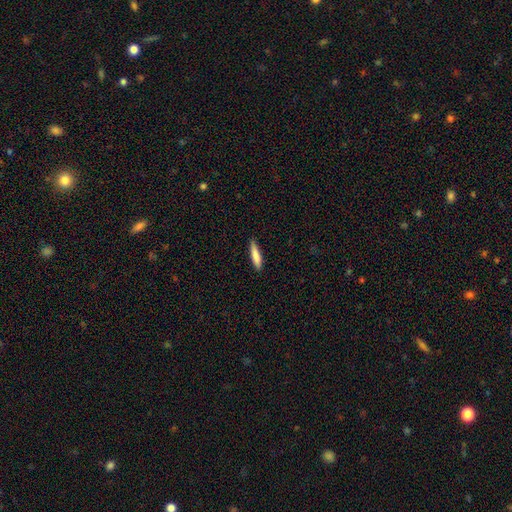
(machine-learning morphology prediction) A smooth galaxy with no disk features (80%) that is cigar-shaped (85%).

Vote fractions:
- Smooth or featured? smooth: 80% / featured or disk: 14% / star or artifact: 6%
- How rounded? cigar-shaped: 85% / in between: 14% / round: 1%
- Merging? none: 85% / minor disturbance: 12% / major disturbance: 2% / merger: 1%